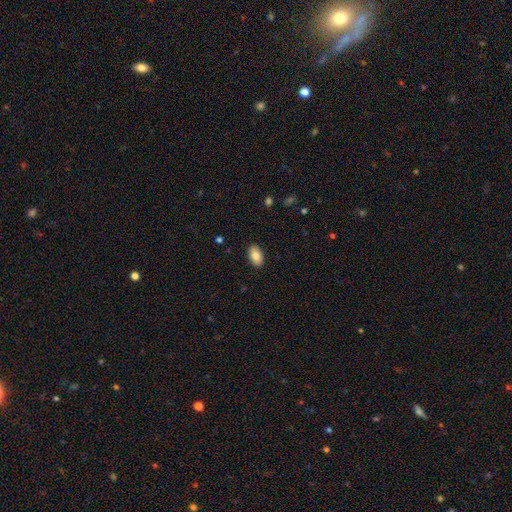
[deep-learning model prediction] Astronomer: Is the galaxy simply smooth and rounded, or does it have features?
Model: smooth — 84%.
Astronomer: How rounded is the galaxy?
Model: in between — 94%.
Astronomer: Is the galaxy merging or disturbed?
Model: none — 89%.